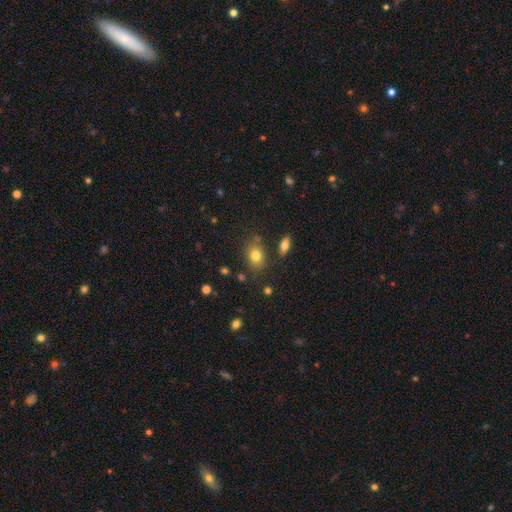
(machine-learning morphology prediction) smooth 79%, star or artifact 11%, featured or disk 9%. Down the decision tree: how rounded — in between (67%); merging — none (75%).